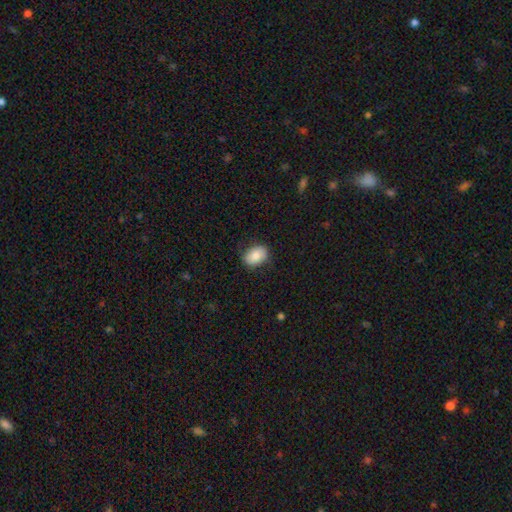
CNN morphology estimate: smooth 83%, featured or disk 10%, star or artifact 7%. Down the decision tree: how rounded — in between (78%); merging — none (79%).